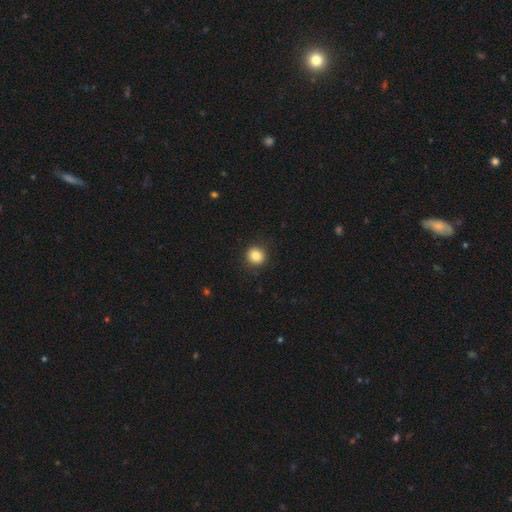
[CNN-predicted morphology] Smooth or featured? smooth (85%)
How rounded? round (88%)
Merging? none (90%)